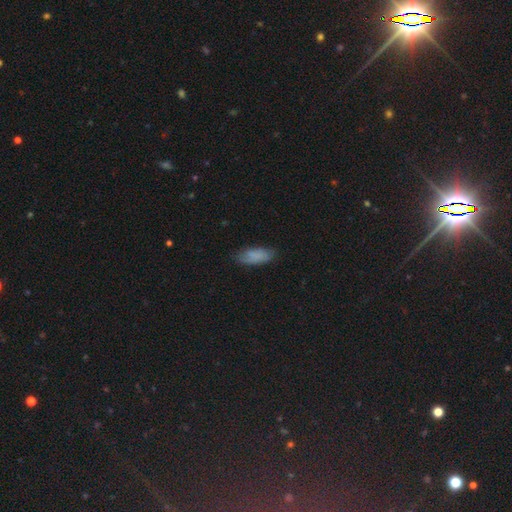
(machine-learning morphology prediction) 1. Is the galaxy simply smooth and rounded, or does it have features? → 81% smooth, 11% featured or disk, 8% star or artifact.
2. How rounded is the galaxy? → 79% in between, 19% cigar-shaped, 2% round.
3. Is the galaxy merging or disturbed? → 74% none, 20% minor disturbance, 5% major disturbance, 1% merger.